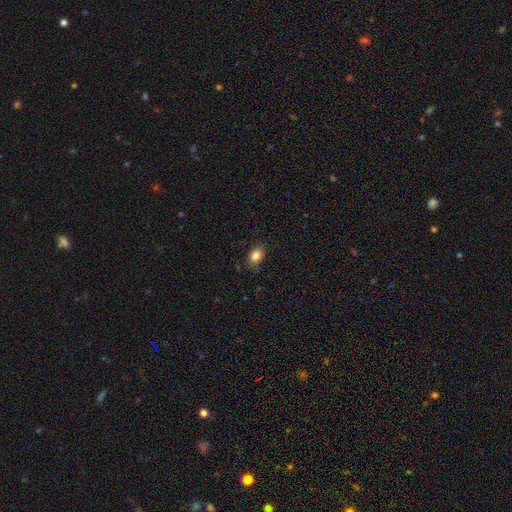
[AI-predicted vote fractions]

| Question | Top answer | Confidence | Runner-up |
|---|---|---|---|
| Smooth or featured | smooth | 84% | star or artifact (9%) |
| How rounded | in between | 78% | round (21%) |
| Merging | none | 83% | minor disturbance (13%) |